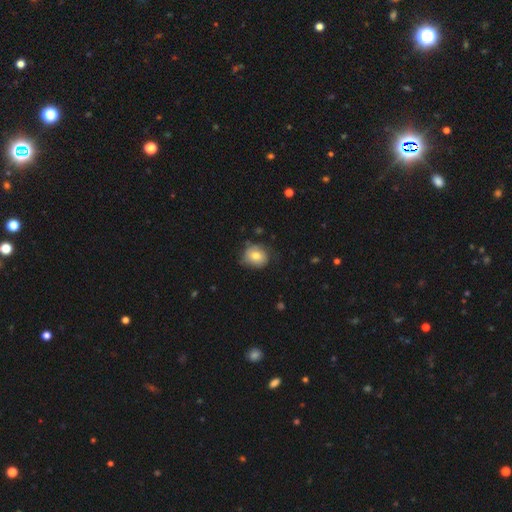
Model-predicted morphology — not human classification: Smooth or featured: smooth — 71% (featured or disk — 20%)
How rounded: round — 67% (in between — 32%)
Merging: none — 60% (minor disturbance — 31%)